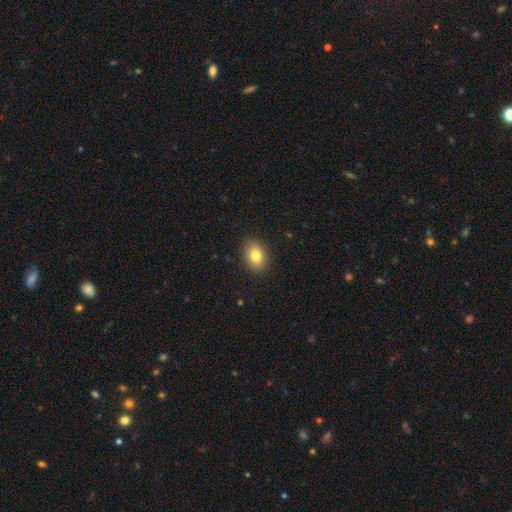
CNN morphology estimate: smooth-or-featured: smooth: 81% | featured or disk: 10% | star or artifact: 9%
  how-rounded: in between: 74% | round: 25% | cigar-shaped: 1%
  merging: none: 88% | minor disturbance: 9% | major disturbance: 2% | merger: 1%